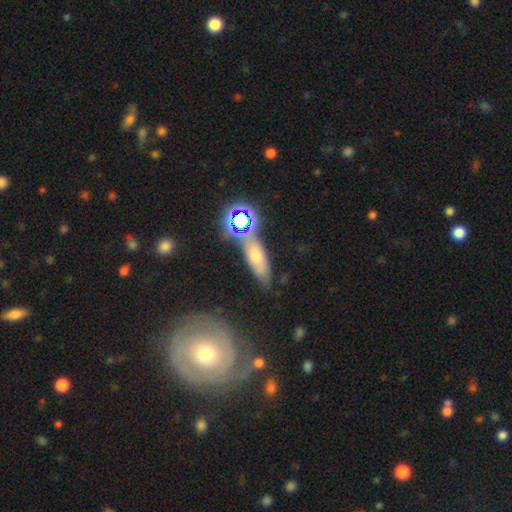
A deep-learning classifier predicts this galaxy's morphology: smooth-or-featured: smooth: 48% | featured or disk: 28% | star or artifact: 23%
  merging: none: 66% | minor disturbance: 16% | merger: 12% | major disturbance: 6%